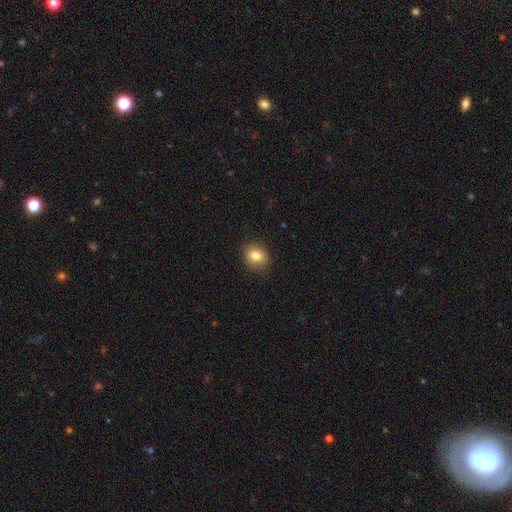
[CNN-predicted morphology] Smooth or featured?
  - smooth: 81% *
  - star or artifact: 10%
  - featured or disk: 9%
How rounded?
  - round: 60% *
  - in between: 39%
  - cigar-shaped: 1%
Merging?
  - none: 84% *
  - minor disturbance: 12%
  - major disturbance: 3%
  - merger: 1%